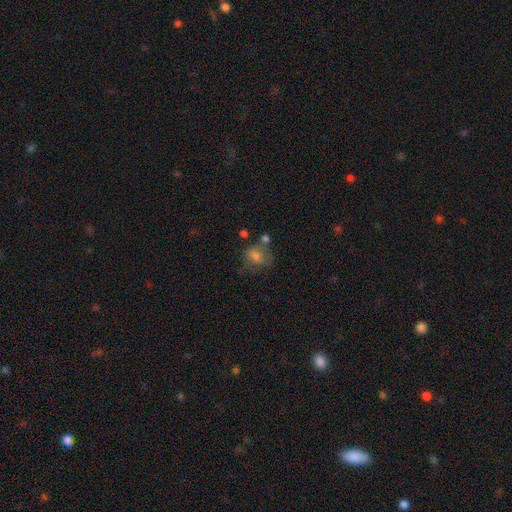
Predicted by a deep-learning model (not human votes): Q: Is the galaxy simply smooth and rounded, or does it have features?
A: smooth — 61%.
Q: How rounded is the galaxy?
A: in between — 49%, tied with round.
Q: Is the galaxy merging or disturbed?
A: none — 47%.